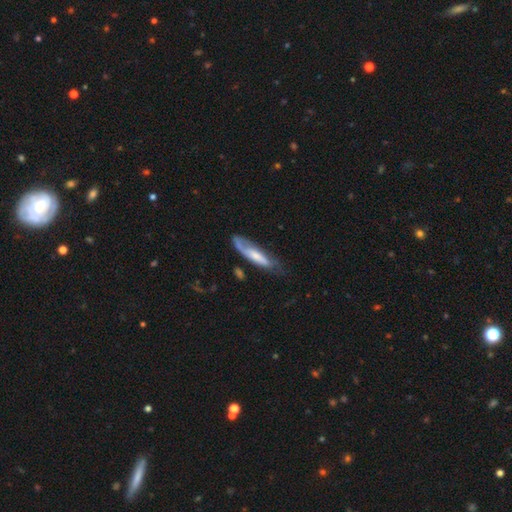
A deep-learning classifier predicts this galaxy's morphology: Smooth or featured? Predicted: smooth (p=0.48). Merging? Predicted: none (p=0.46).